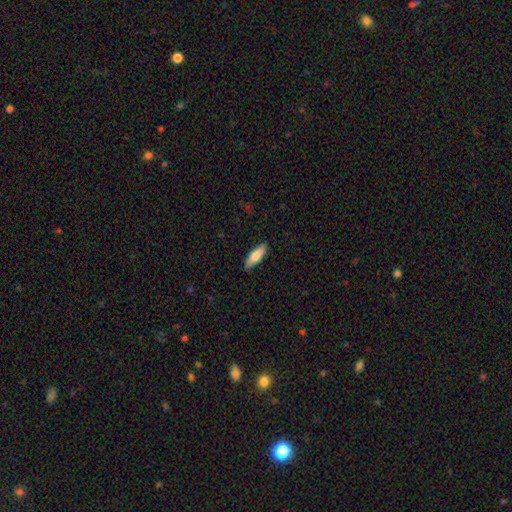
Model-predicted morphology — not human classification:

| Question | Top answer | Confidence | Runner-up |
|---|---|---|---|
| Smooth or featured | smooth | 74% | featured or disk (21%) |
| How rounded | in between | 54% | cigar-shaped (45%) |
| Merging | none | 88% | minor disturbance (9%) |